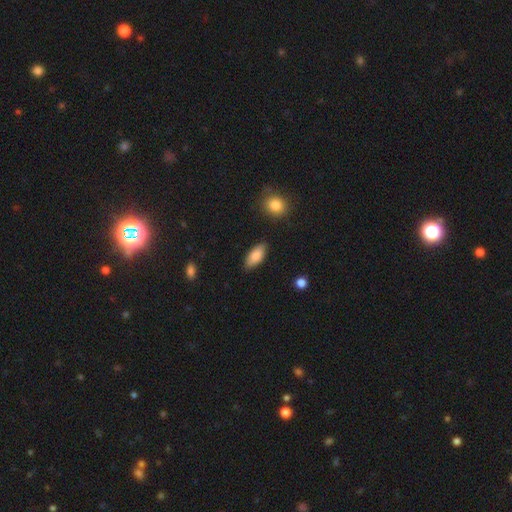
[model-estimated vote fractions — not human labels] Smooth or featured?
  - smooth: 83% *
  - featured or disk: 11%
  - star or artifact: 6%
How rounded?
  - in between: 85% *
  - cigar-shaped: 12%
  - round: 2%
Merging?
  - none: 86% *
  - minor disturbance: 10%
  - major disturbance: 2%
  - merger: 2%